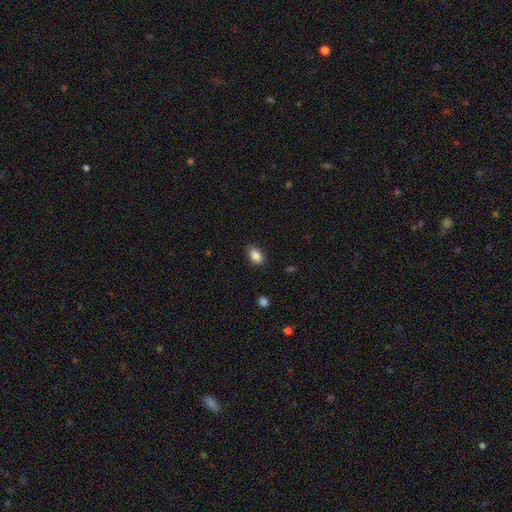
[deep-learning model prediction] smooth-or-featured: smooth: 88% | star or artifact: 8% | featured or disk: 4%
  how-rounded: in between: 88% | round: 10% | cigar-shaped: 2%
  merging: none: 86% | minor disturbance: 11% | major disturbance: 3% | merger: 1%